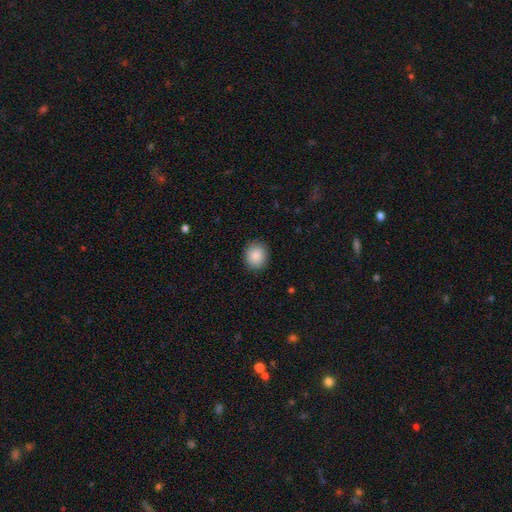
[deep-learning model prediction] A smooth galaxy with no disk features (89%) that is round (75%).

Vote fractions:
- Smooth or featured? smooth: 89% / star or artifact: 7% / featured or disk: 4%
- How rounded? round: 75% / in between: 24% / cigar-shaped: 1%
- Merging? none: 89% / minor disturbance: 8% / major disturbance: 2% / merger: 1%